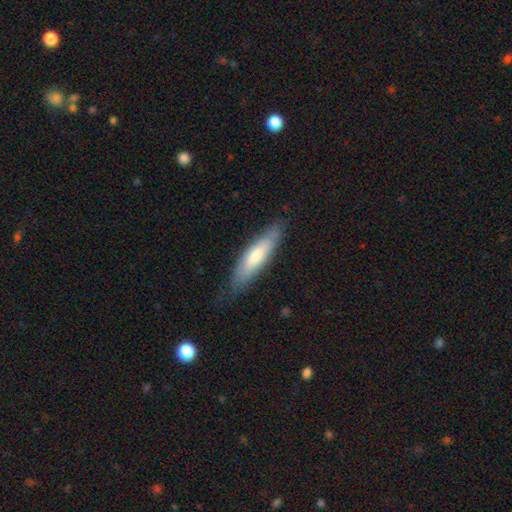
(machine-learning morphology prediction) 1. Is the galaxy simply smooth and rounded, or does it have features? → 66% smooth, 28% featured or disk, 6% star or artifact.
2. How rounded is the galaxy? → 71% cigar-shaped, 27% in between, 1% round.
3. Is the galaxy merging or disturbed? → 77% none, 18% minor disturbance, 4% major disturbance, 1% merger.